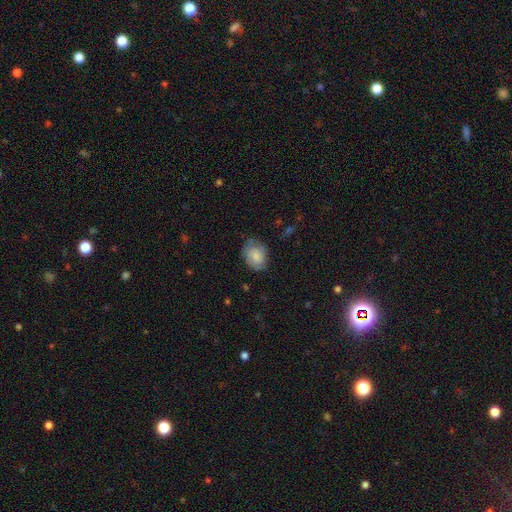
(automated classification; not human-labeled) The model was most divided on "how rounded": in between: 62%, round: 37%, cigar-shaped: 1%. More confident: smooth or featured — smooth (74%); merging — none (65%).